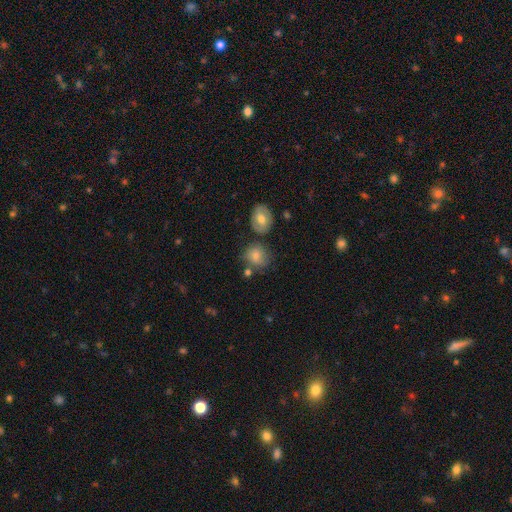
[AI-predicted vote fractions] Smooth or featured?
  - smooth: 78% *
  - featured or disk: 12%
  - star or artifact: 10%
How rounded?
  - round: 74% *
  - in between: 24%
  - cigar-shaped: 1%
Merging?
  - none: 62% *
  - minor disturbance: 18%
  - merger: 14%
  - major disturbance: 6%